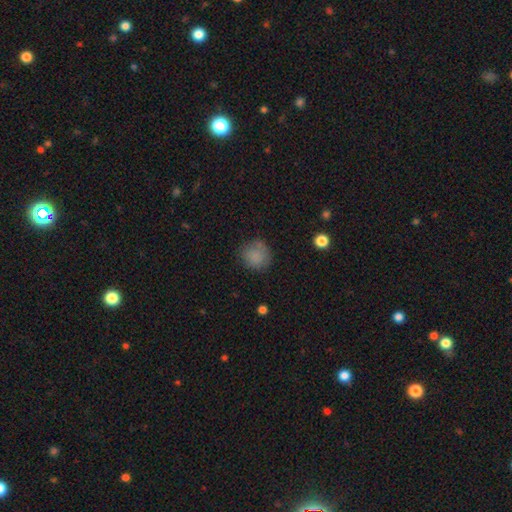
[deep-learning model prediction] Smooth or featured? smooth (83%)
How rounded? round (89%)
Merging? none (72%)